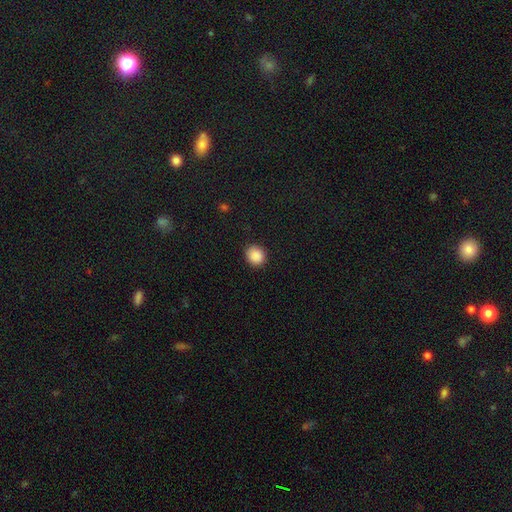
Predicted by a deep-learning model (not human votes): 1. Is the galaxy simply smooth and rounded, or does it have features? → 89% smooth, 9% star or artifact, 3% featured or disk.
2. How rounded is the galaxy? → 81% round, 18% in between, 1% cigar-shaped.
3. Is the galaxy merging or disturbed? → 88% none, 9% minor disturbance, 2% major disturbance, 1% merger.